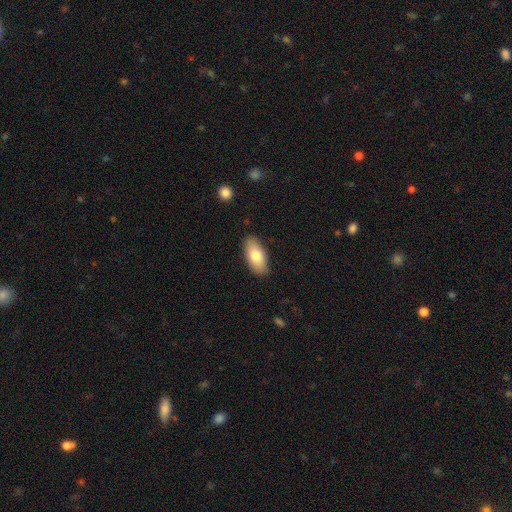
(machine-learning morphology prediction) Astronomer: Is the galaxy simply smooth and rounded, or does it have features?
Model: smooth — 78%.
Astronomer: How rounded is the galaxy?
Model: in between — 92%.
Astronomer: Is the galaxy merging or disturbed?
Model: none — 85%.